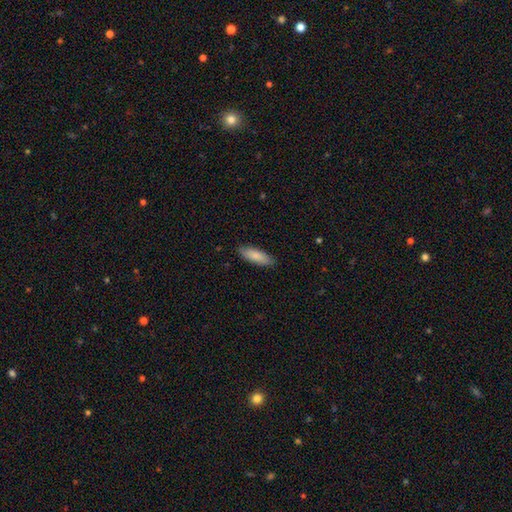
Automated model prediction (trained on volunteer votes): A smooth galaxy with no disk features (84%) that is in between round and cigar-shaped (57%).

Vote fractions:
- Smooth or featured? smooth: 84% / featured or disk: 10% / star or artifact: 5%
- How rounded? in between: 57% / cigar-shaped: 42% / round: 2%
- Merging? none: 86% / minor disturbance: 11% / major disturbance: 2% / merger: 1%